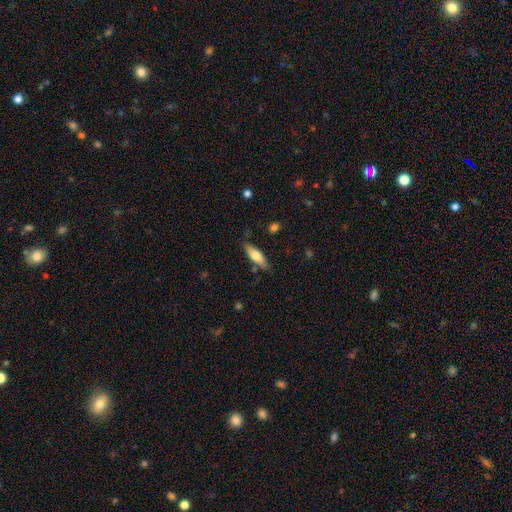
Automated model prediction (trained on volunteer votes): A smooth galaxy with no disk features (67%) that is in between round and cigar-shaped (52%). Merging: none (79%).